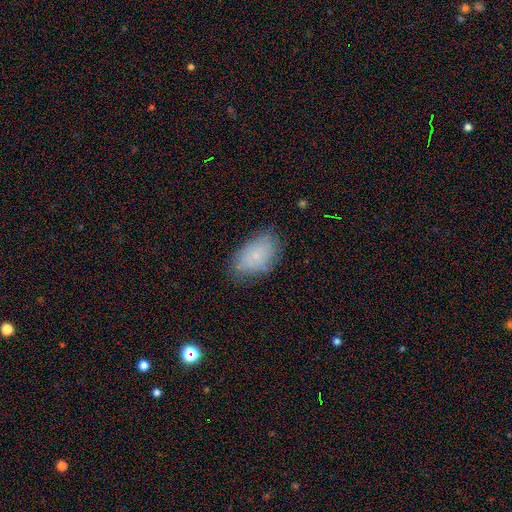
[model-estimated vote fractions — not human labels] Smooth or featured: smooth — 63% (featured or disk — 28%)
How rounded: in between — 89% (round — 9%)
Merging: none — 69% (minor disturbance — 23%)